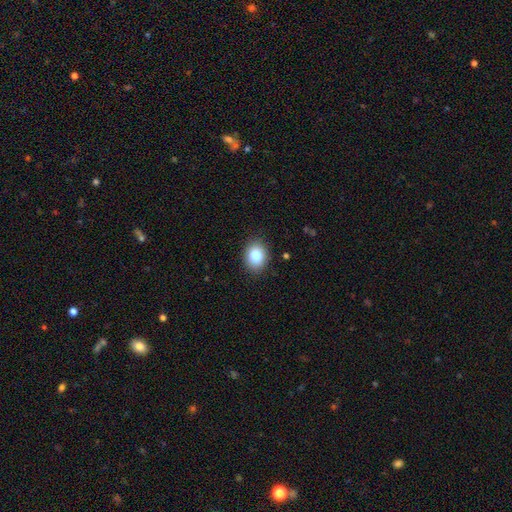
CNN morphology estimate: A smooth galaxy with no disk features (83%) that is in between round and cigar-shaped (54%). Merging: none (89%).